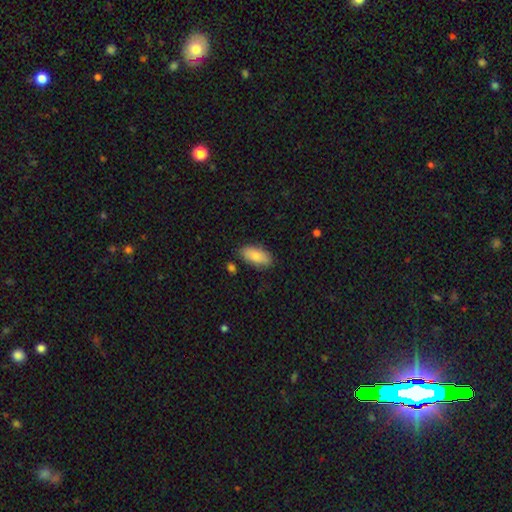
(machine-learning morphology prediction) smooth_or_featured: smooth (p=0.83) [alt: featured or disk p=0.11]
how_rounded: in between (p=0.90) [alt: cigar-shaped p=0.07]
merging: none (p=0.81) [alt: minor disturbance p=0.13]